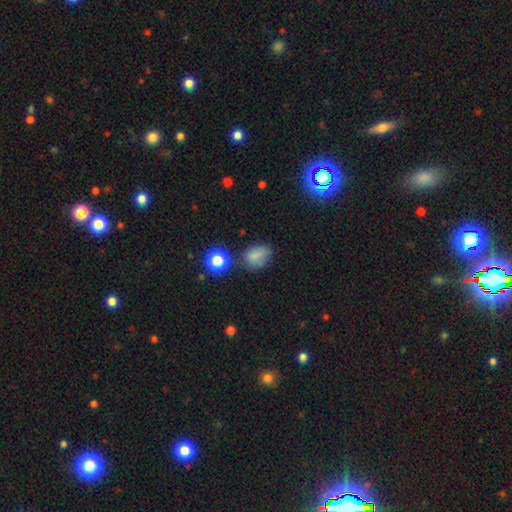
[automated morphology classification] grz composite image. It shows a smooth galaxy with no disk features (76%) that is in between round and cigar-shaped (73%). Merging: none (59%).